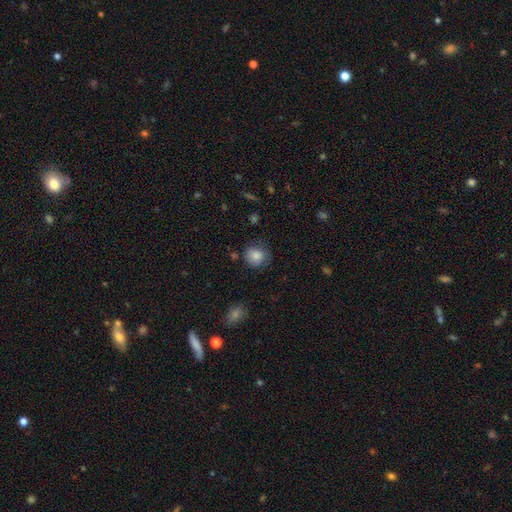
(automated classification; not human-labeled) Morphology: type=smooth (83%); roundness=round (85%); merging=none (73%).